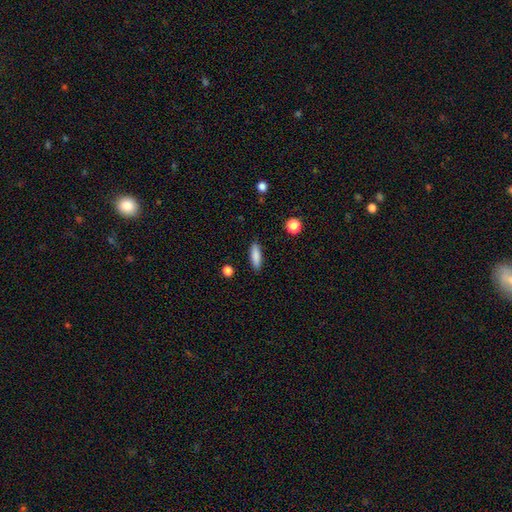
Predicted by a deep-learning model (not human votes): Smooth or featured?
  - smooth: 86% *
  - featured or disk: 7%
  - star or artifact: 7%
How rounded?
  - cigar-shaped: 54% *
  - in between: 43%
  - round: 2%
Merging?
  - none: 88% *
  - minor disturbance: 8%
  - major disturbance: 2%
  - merger: 1%